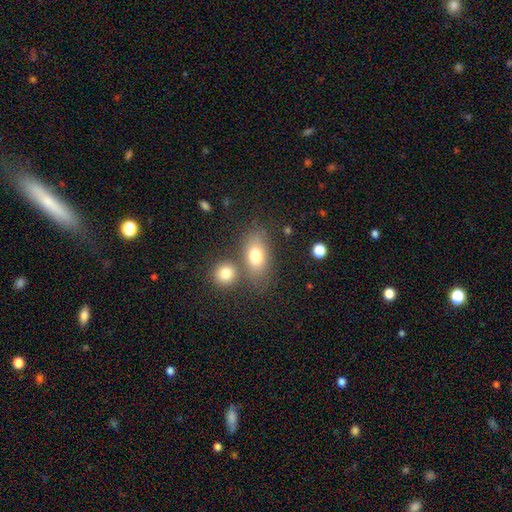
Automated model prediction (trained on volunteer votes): Morphology: type=smooth (76%); roundness=in between (81%); merging=none (57%).